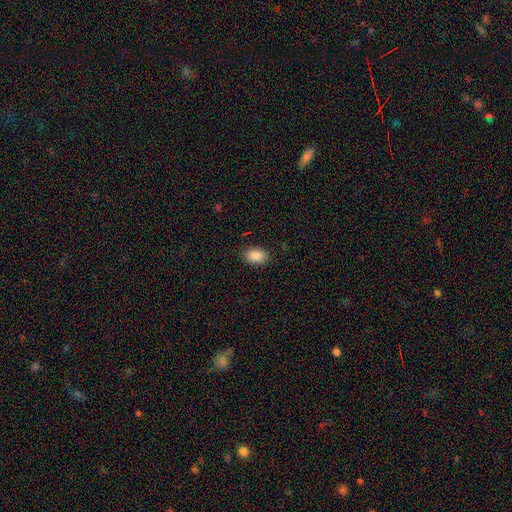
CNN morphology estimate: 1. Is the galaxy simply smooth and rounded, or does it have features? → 89% smooth, 8% star or artifact, 4% featured or disk.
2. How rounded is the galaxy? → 82% in between, 17% round, 1% cigar-shaped.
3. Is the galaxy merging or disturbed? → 87% none, 10% minor disturbance, 2% major disturbance, 1% merger.